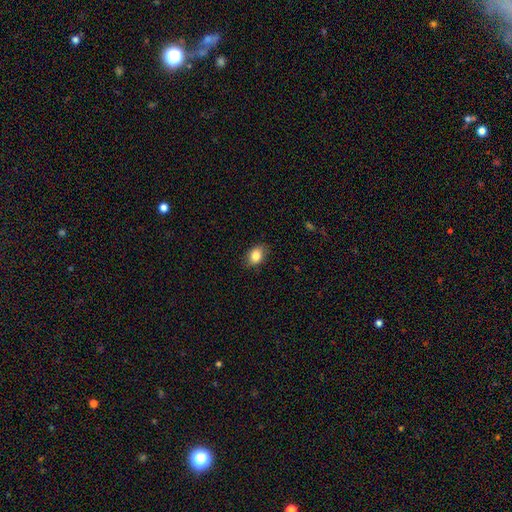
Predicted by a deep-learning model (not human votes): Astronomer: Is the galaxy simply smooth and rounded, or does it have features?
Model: smooth — 85%.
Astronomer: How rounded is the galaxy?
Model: in between — 76%.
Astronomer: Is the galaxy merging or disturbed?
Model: none — 83%.